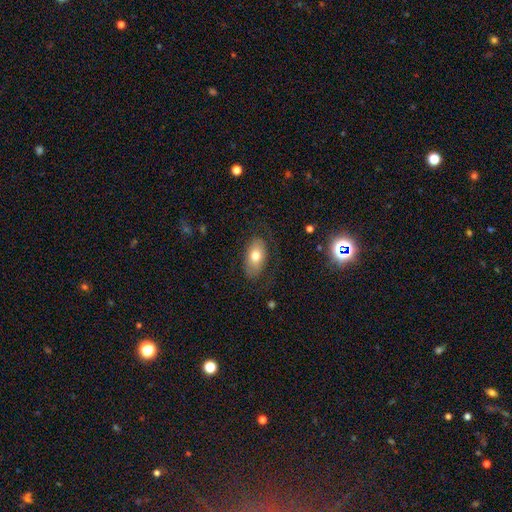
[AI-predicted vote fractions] Overall: smooth (68%). How rounded: in between (92%). Merging: none (74%).